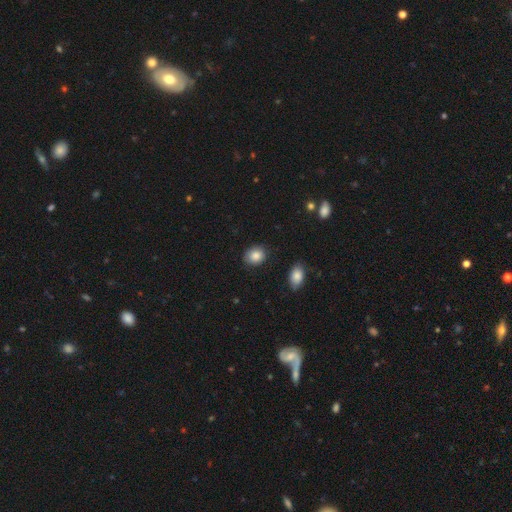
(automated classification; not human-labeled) smooth-or-featured: smooth: 86% | star or artifact: 8% | featured or disk: 6%
  how-rounded: round: 51% | in between: 48% | cigar-shaped: 1%
  merging: none: 85% | minor disturbance: 10% | major disturbance: 2% | merger: 2%